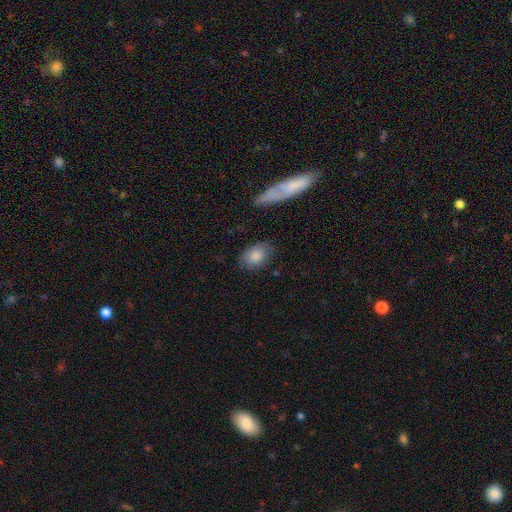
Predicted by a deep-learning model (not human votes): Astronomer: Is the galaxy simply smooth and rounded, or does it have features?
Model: smooth — 84%.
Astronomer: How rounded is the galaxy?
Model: in between — 86%.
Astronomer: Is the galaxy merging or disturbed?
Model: none — 75%.